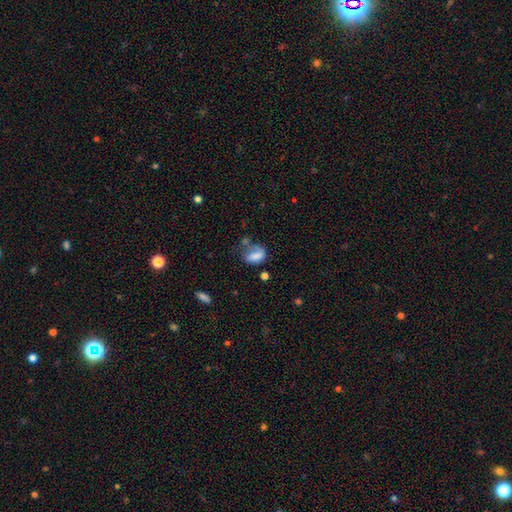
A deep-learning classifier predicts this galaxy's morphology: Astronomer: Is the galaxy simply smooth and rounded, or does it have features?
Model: smooth — 70%.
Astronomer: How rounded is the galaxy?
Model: in between — 82%.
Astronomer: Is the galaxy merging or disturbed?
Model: none — 31% (runner-up: major disturbance, 29%).